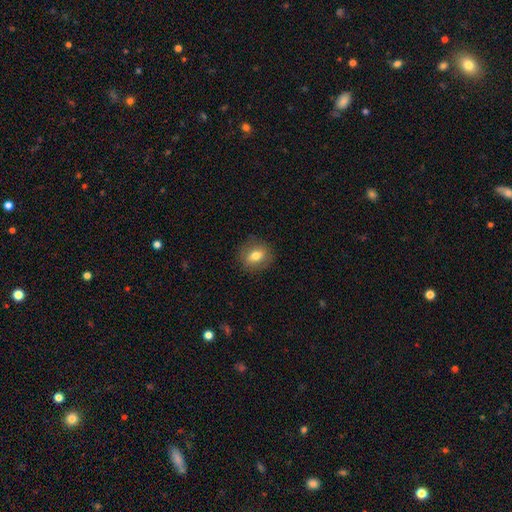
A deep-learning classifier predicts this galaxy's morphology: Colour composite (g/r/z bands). It shows a smooth galaxy with no disk features (72%) that is round (61%). Merging: none (86%).